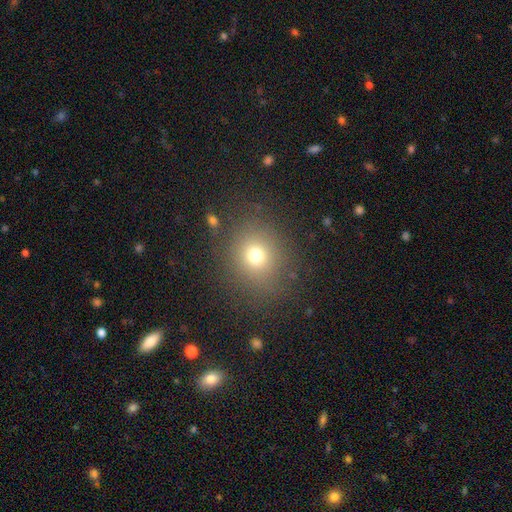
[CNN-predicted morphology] smooth_or_featured: smooth (p=0.71) [alt: star or artifact p=0.19]
how_rounded: round (p=0.81) [alt: in between p=0.18]
merging: none (p=0.83) [alt: minor disturbance p=0.09]